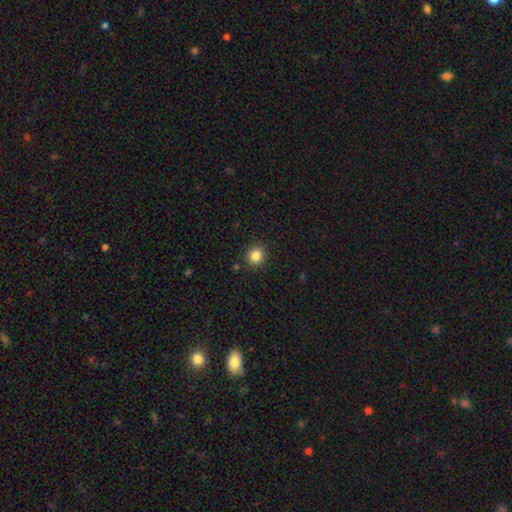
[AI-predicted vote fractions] Smooth or featured: smooth — 84% (star or artifact — 11%)
How rounded: round — 85% (in between — 14%)
Merging: none — 90% (minor disturbance — 7%)